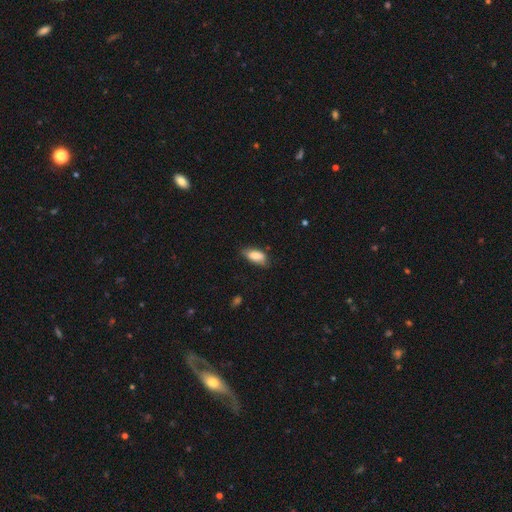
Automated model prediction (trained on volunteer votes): Smooth or featured: smooth — 81% (featured or disk — 12%)
How rounded: in between — 87% (cigar-shaped — 10%)
Merging: none — 62% (minor disturbance — 30%)